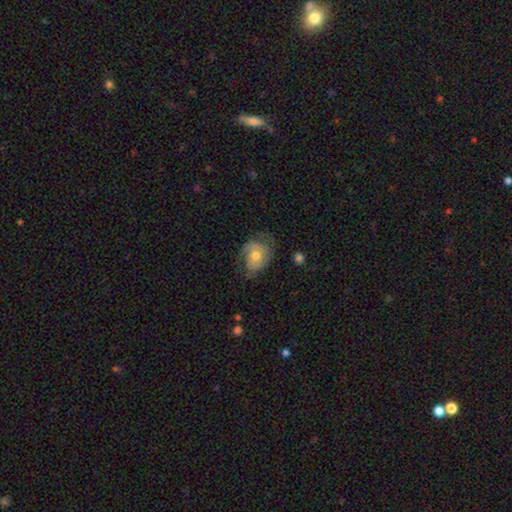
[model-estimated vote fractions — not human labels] Smooth or featured? featured or disk (55%)
Edge-on disk? no (96%)
Bar? no (77%)
Spiral arms? yes (79%)
Bulge size? moderate (63%)
Merging? none (55%)